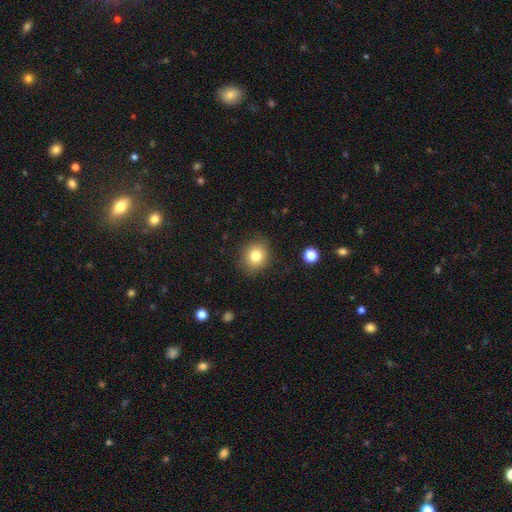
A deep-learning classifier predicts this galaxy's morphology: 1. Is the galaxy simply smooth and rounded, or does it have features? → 81% smooth, 11% star or artifact, 8% featured or disk.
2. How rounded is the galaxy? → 68% round, 31% in between, 1% cigar-shaped.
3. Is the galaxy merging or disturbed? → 86% none, 10% minor disturbance, 3% major disturbance, 1% merger.